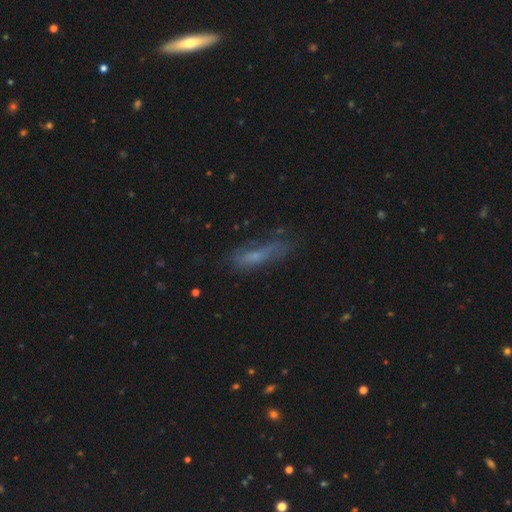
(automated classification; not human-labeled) Overall: smooth (53%; featured or disk 33%). How rounded: cigar-shaped (57%; in between 40%). Merging: none (51%; minor disturbance 27%).